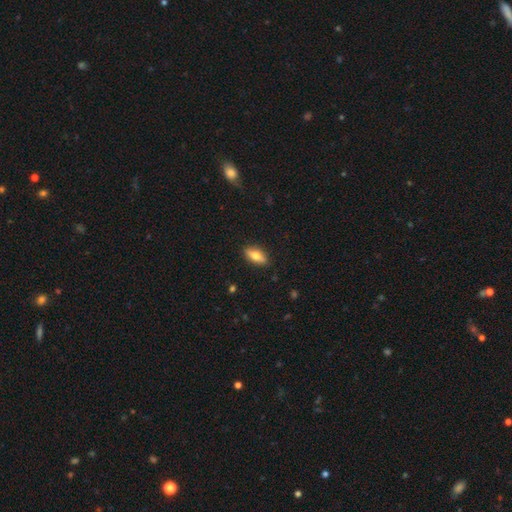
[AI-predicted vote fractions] This is likely a smooth galaxy (68%). How rounded: likely in between (79%). Merging: clearly none (87%).